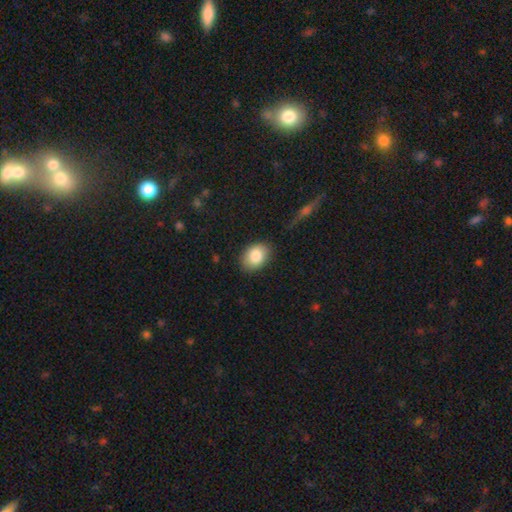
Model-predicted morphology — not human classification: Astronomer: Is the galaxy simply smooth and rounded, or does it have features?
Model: smooth — 84%.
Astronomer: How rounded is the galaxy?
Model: in between — 77%.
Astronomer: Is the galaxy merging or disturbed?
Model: none — 85%.